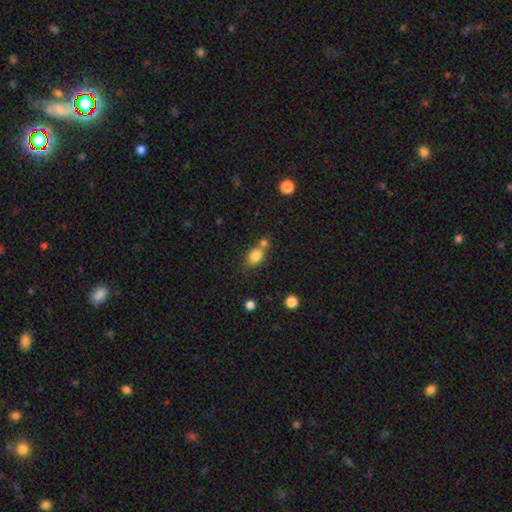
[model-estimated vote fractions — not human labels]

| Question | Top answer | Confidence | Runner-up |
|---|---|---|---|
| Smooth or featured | smooth | 81% | star or artifact (10%) |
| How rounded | in between | 57% | round (42%) |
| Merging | none | 46% | merger (38%) |